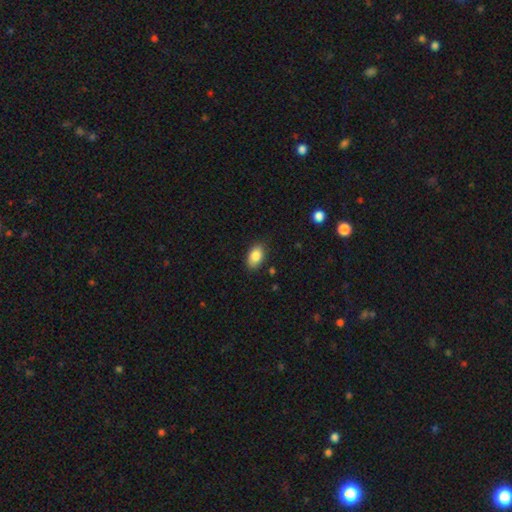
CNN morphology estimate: The model was most divided on "merging": none: 84%, minor disturbance: 12%, major disturbance: 2%, merger: 1%. More confident: how rounded — in between (91%); smooth or featured — smooth (86%).